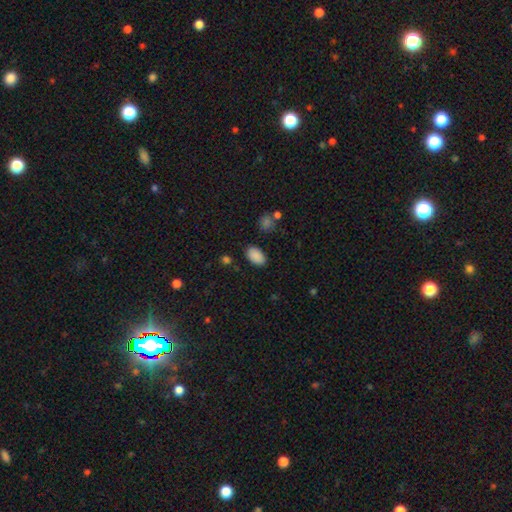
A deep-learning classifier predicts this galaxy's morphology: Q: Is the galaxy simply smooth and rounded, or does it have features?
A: smooth — 88%.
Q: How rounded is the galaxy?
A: in between — 92%.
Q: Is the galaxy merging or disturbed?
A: none — 83%.